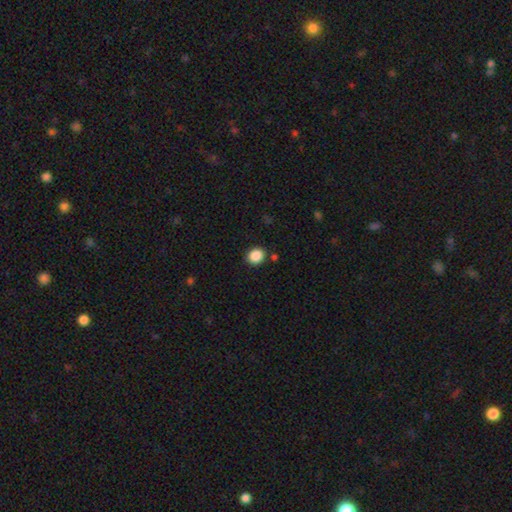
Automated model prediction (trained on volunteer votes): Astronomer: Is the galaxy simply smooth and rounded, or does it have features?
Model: smooth — 87%.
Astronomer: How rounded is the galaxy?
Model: round — 74%.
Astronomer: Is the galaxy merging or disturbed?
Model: none — 87%.